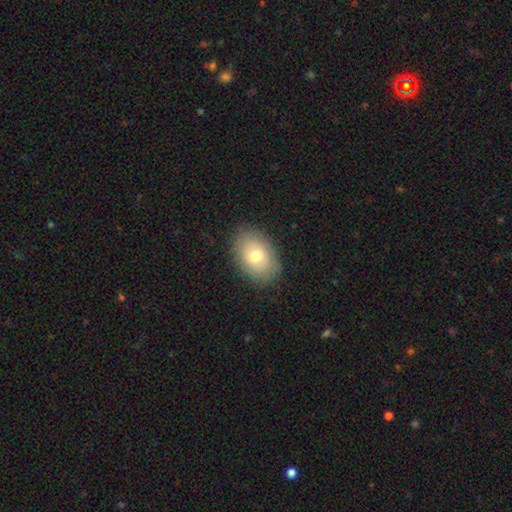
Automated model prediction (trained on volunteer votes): Morphology: type=smooth (71%); roundness=in between (83%); merging=none (85%).